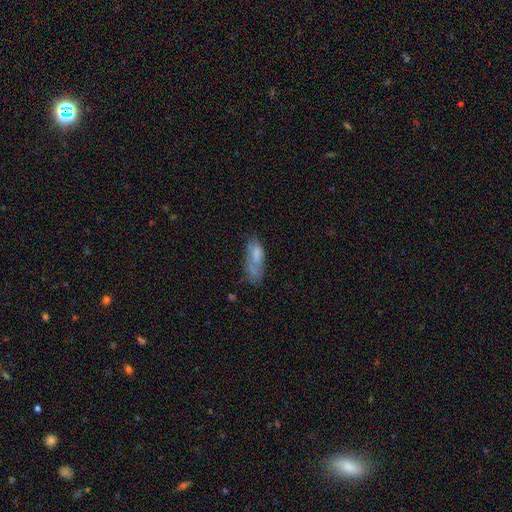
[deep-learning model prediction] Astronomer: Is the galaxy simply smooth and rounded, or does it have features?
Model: smooth — 65%.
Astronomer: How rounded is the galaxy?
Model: in between — 64%.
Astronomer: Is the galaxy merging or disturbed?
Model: none — 47% (runner-up: minor disturbance, 30%).